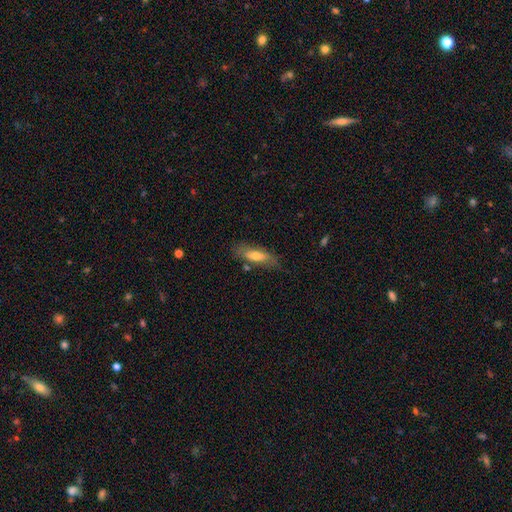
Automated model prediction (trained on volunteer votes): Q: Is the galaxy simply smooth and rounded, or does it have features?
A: smooth — 56%.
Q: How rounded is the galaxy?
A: cigar-shaped — 53%.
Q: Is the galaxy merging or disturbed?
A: none — 73%.